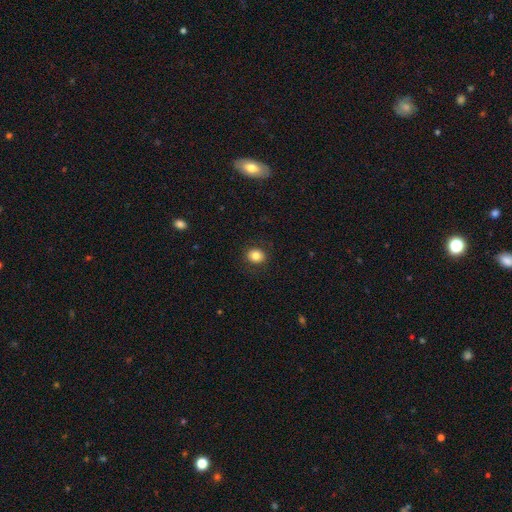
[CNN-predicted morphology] The model was most divided on "how rounded": round: 70%, in between: 29%, cigar-shaped: 1%. More confident: merging — none (88%); smooth or featured — smooth (82%).